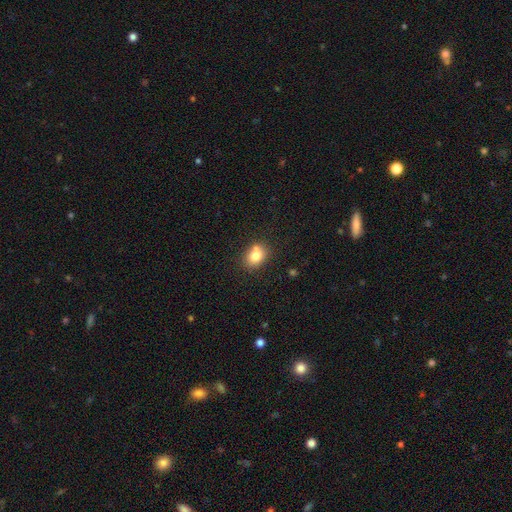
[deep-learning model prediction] A smooth galaxy with no disk features (78%) that is in between round and cigar-shaped (55%). Merging: none (64%).